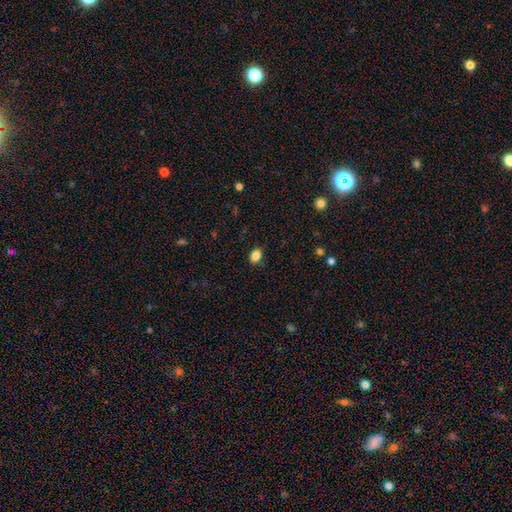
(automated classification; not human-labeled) smooth-or-featured: smooth: 86% | star or artifact: 10% | featured or disk: 4%
  how-rounded: in between: 73% | round: 26% | cigar-shaped: 1%
  merging: none: 86% | minor disturbance: 10% | major disturbance: 2% | merger: 1%